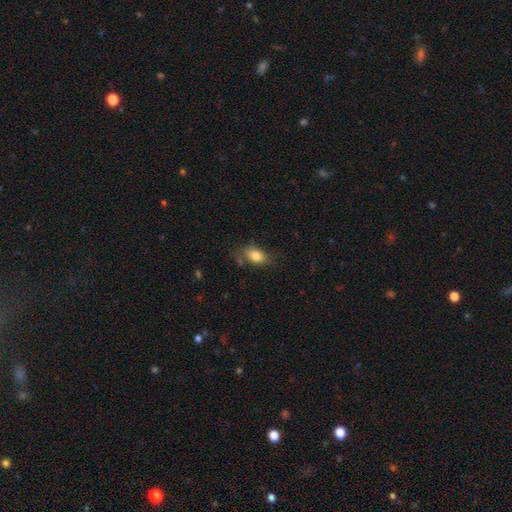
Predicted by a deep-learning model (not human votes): Smooth or featured?
  - smooth: 81% *
  - featured or disk: 11%
  - star or artifact: 8%
How rounded?
  - in between: 85% *
  - round: 12%
  - cigar-shaped: 3%
Merging?
  - none: 65% *
  - minor disturbance: 23%
  - major disturbance: 7%
  - merger: 5%